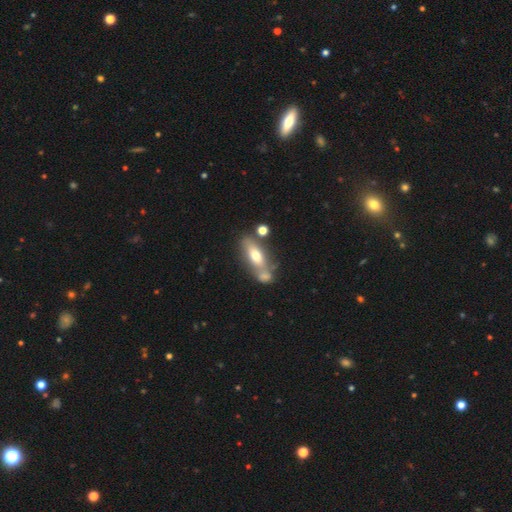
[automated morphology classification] Overall: smooth (60%; featured or disk 32%). How rounded: in between (70%). Merging: none (49%; merger 30%).